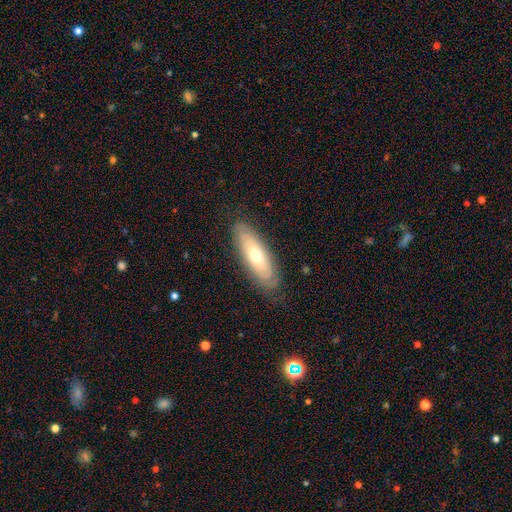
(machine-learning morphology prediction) Smooth or featured?
  - smooth: 47% *
  - featured or disk: 46%
  - star or artifact: 7%
Merging?
  - none: 80% *
  - minor disturbance: 15%
  - major disturbance: 4%
  - merger: 1%